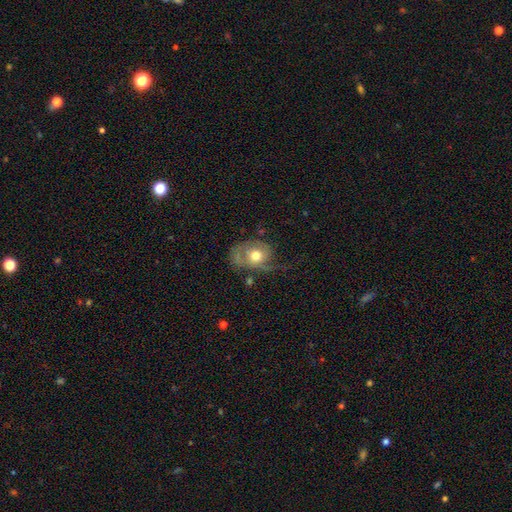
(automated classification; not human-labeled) A smooth galaxy with no disk features (48%). Merging: major disturbance (40%).